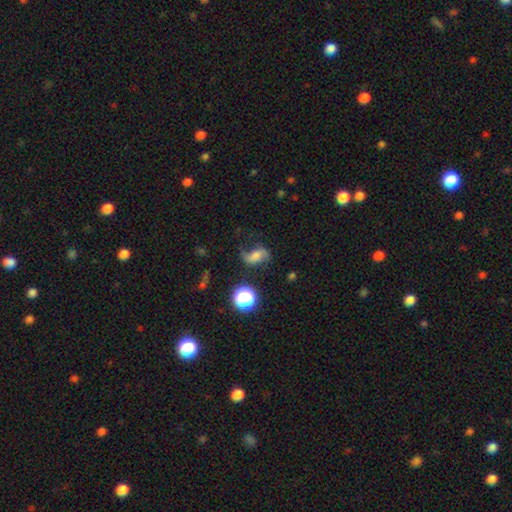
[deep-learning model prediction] Morphology: type=featured or disk (59%); edge-on=no (95%); bar=no (46%); spiral arms=yes (91%); winding=loose (80%); arm count=2 (84%); bulge=moderate (36%); merging=none (59%).